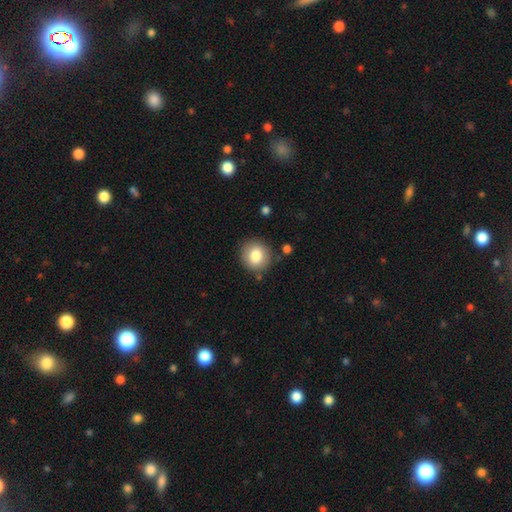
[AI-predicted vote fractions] A smooth galaxy with no disk features (81%) that is round (87%). Merging: none (86%).